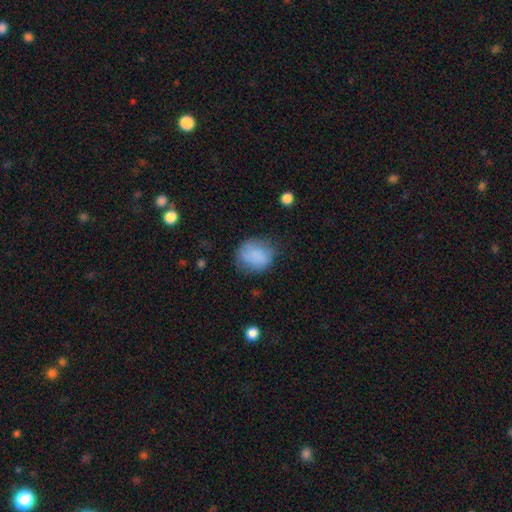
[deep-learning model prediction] A smooth galaxy with no disk features (81%) that is round (68%). Merging: none (63%).